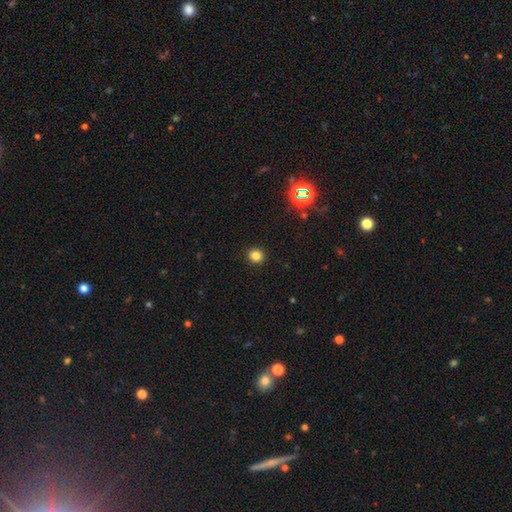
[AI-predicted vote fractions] The model was most divided on "smooth or featured": smooth: 82%, star or artifact: 14%, featured or disk: 5%. More confident: merging — none (92%); how rounded — round (89%).